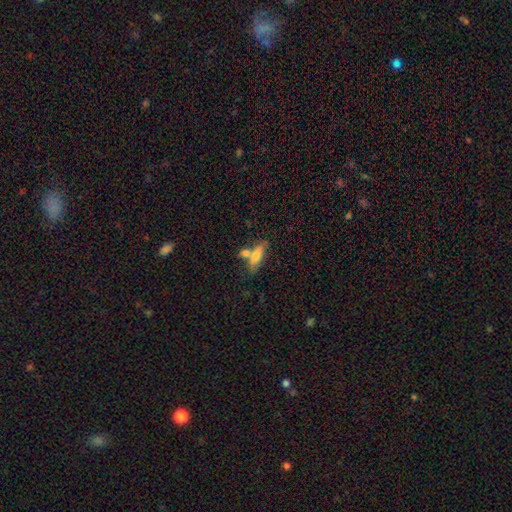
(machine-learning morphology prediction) Smooth or featured?
  - smooth: 68% *
  - featured or disk: 25%
  - star or artifact: 7%
How rounded?
  - in between: 49% *
  - cigar-shaped: 47%
  - round: 3%
Merging?
  - none: 47% *
  - merger: 34%
  - minor disturbance: 14%
  - major disturbance: 5%